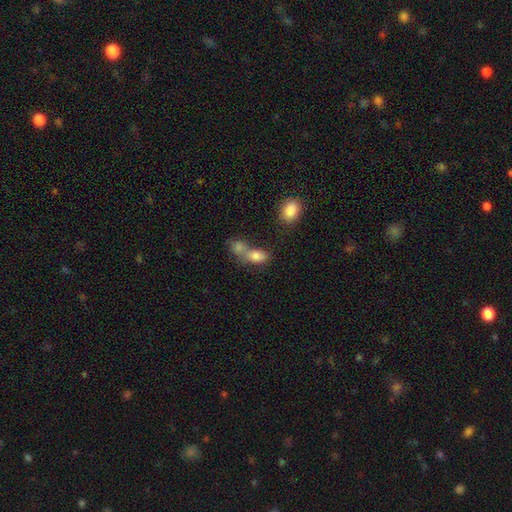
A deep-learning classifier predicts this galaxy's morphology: Smooth or featured? Predicted: smooth (p=0.79). How rounded? Predicted: in between (p=0.80). Merging? Predicted: merger (p=0.55).